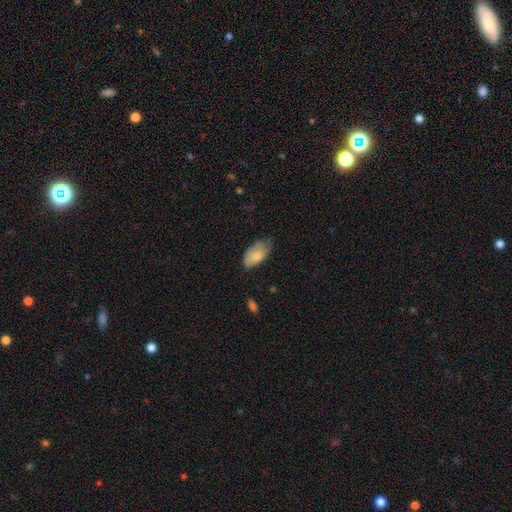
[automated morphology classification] Smooth or featured: smooth — 74% (featured or disk — 20%)
How rounded: in between — 94% (cigar-shaped — 3%)
Merging: none — 47% (minor disturbance — 40%)